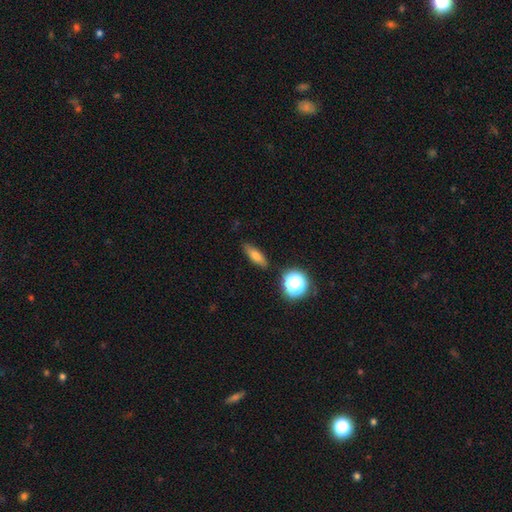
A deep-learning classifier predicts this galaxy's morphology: This is likely a smooth galaxy (69%). How rounded: possibly in between (48%). Merging: clearly none (85%).